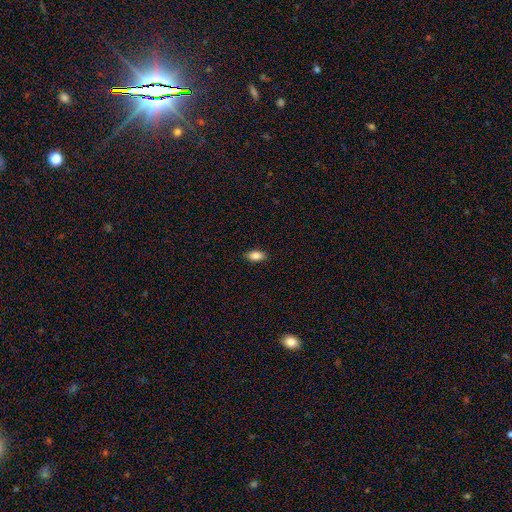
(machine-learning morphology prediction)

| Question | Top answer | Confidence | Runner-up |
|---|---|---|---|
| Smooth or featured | smooth | 87% | star or artifact (8%) |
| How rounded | in between | 90% | round (6%) |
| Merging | none | 88% | minor disturbance (9%) |